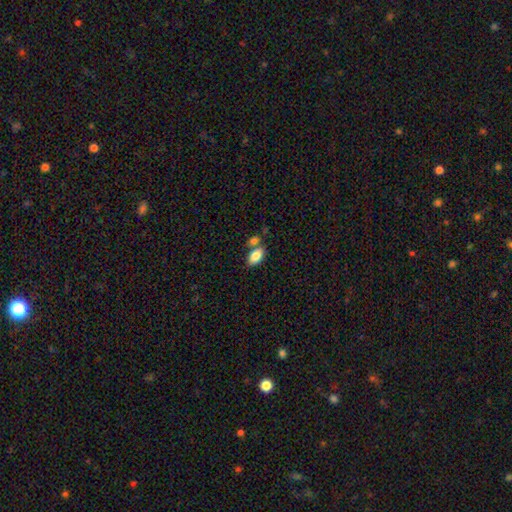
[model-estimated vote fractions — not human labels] smooth_or_featured: smooth (p=0.84) [alt: featured or disk p=0.09]
how_rounded: in between (p=0.92) [alt: round p=0.05]
merging: none (p=0.56) [alt: merger p=0.29]